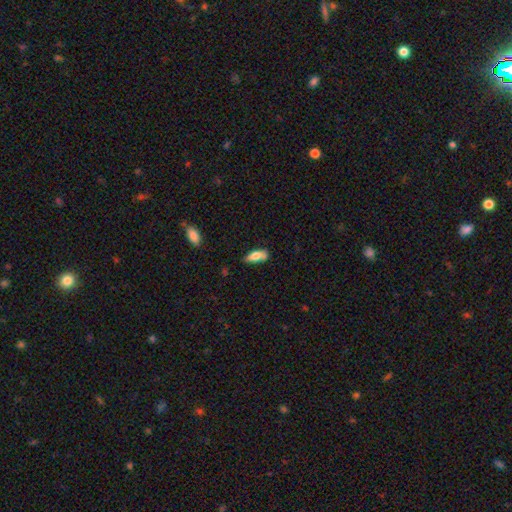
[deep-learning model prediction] Morphology: type=smooth (74%); roundness=in between (75%); merging=none (54%).